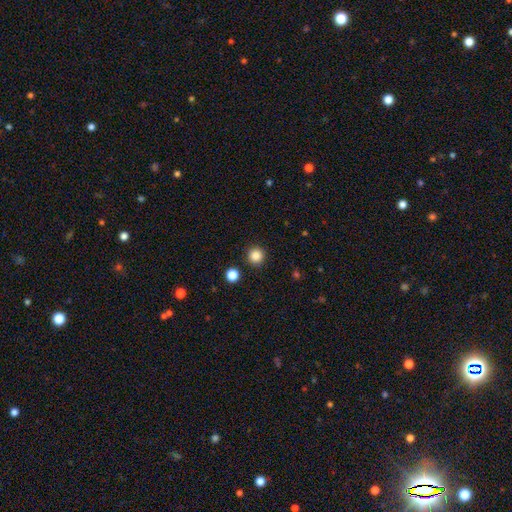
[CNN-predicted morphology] Overall: smooth (86%). How rounded: round (96%). Merging: none (92%).